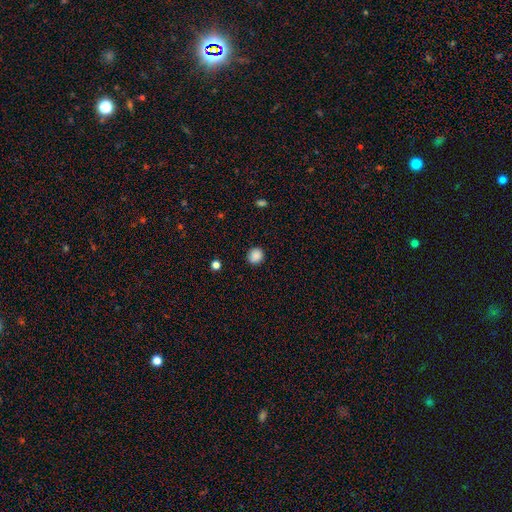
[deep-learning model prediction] Smooth or featured? smooth (87%)
How rounded? round (87%)
Merging? none (87%)